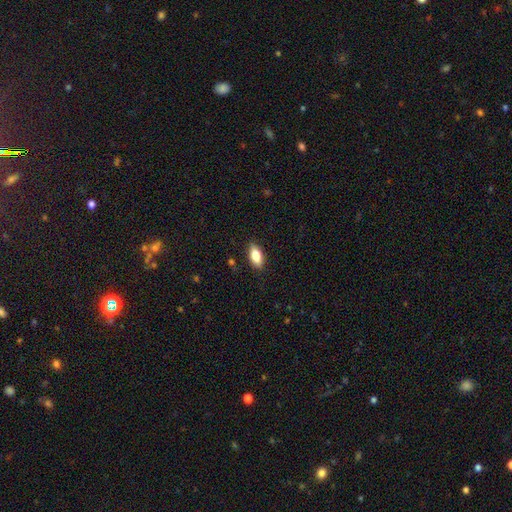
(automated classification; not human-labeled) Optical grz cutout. It shows a smooth galaxy with no disk features (79%) that is in between round and cigar-shaped (84%). Merging: none (87%).